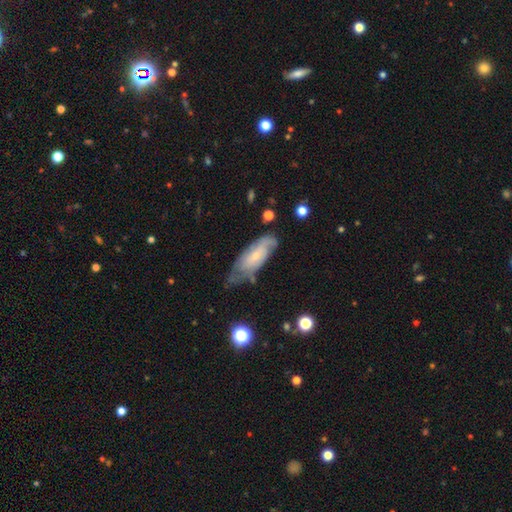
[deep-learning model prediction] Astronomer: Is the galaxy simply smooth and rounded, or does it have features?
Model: featured or disk — 57% (runner-up: smooth, 36%).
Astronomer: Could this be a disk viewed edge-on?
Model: no — 84%.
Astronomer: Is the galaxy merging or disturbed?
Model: none — 52% (runner-up: minor disturbance, 31%).